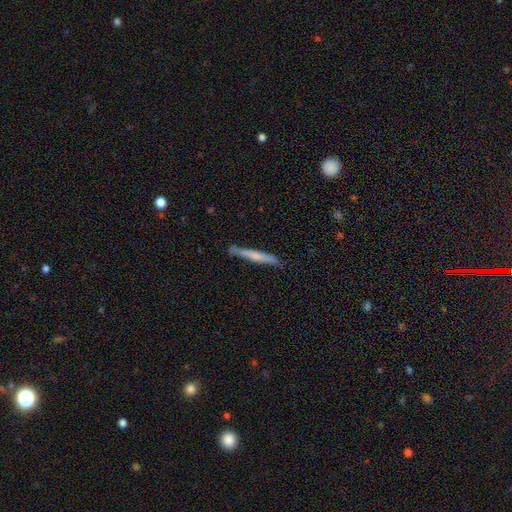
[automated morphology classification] A smooth galaxy with no disk features (57%) that is cigar-shaped (96%).

Vote fractions:
- Smooth or featured? smooth: 57% / featured or disk: 38% / star or artifact: 6%
- How rounded? cigar-shaped: 96% / in between: 3% / round: 1%
- Merging? none: 83% / minor disturbance: 13% / merger: 3% / major disturbance: 2%